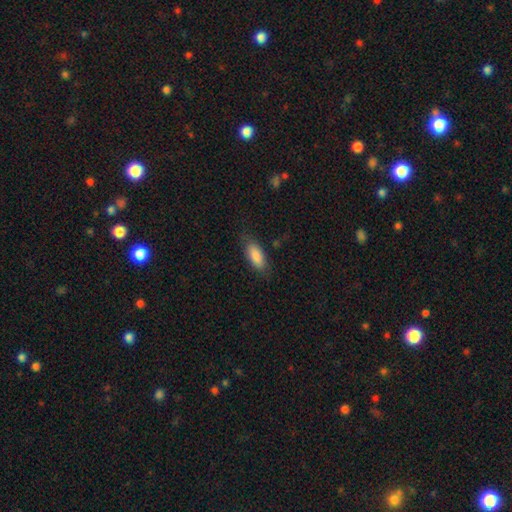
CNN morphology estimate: Smooth or featured: smooth — 85% (featured or disk — 9%)
How rounded: in between — 80% (cigar-shaped — 18%)
Merging: none — 78% (minor disturbance — 17%)